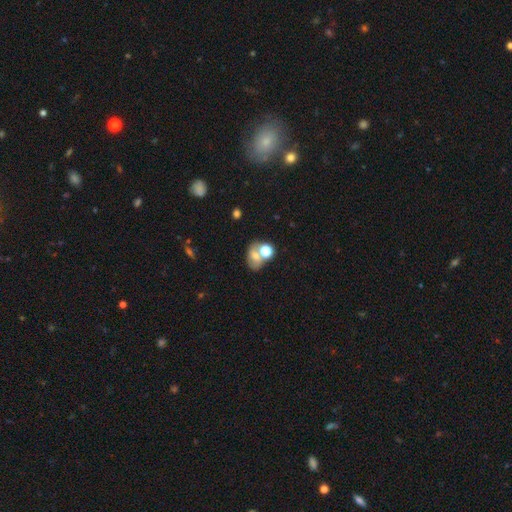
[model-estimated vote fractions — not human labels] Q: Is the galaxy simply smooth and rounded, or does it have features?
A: smooth — 61%.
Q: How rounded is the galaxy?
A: in between — 62%.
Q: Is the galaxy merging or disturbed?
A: none — 41%.